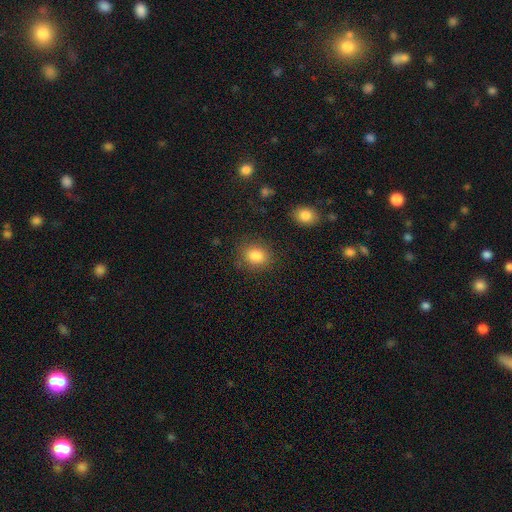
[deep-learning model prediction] Smooth or featured? Predicted: smooth (p=0.84). How rounded? Predicted: round (p=0.61). Merging? Predicted: none (p=0.83).